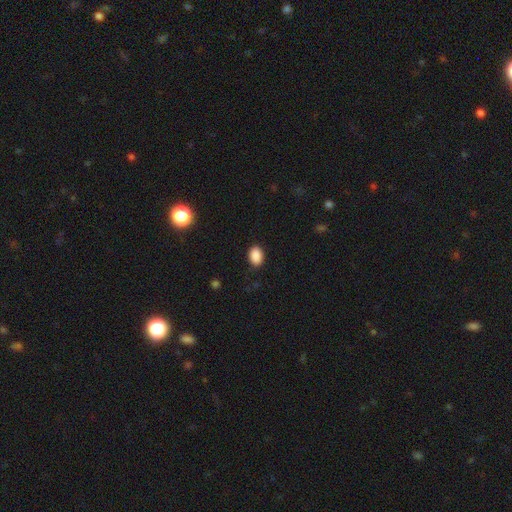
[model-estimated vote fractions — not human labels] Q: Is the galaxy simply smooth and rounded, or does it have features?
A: smooth — 89%.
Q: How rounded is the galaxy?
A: in between — 81%.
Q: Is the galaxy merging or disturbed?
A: none — 87%.